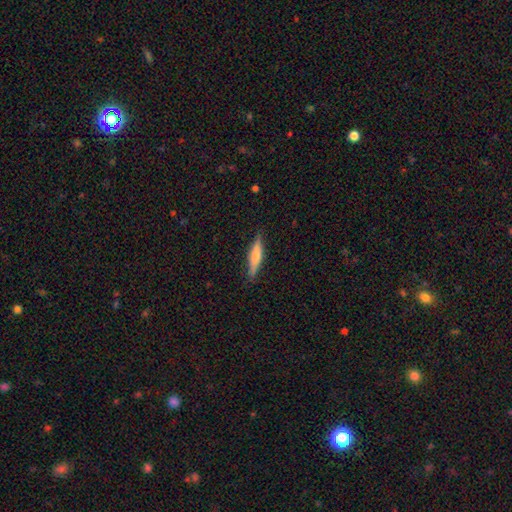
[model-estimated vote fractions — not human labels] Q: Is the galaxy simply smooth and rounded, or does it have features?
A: smooth — 48%.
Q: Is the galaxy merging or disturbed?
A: none — 89%.